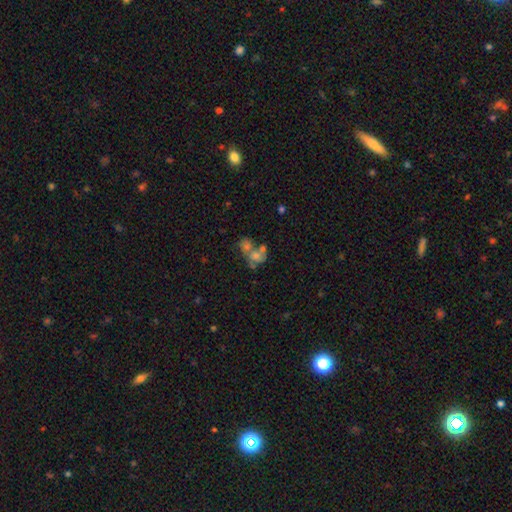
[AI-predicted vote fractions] smooth 52%, featured or disk 32%, star or artifact 17%. Down the decision tree: how rounded — round (54%); merging — merger (58%).